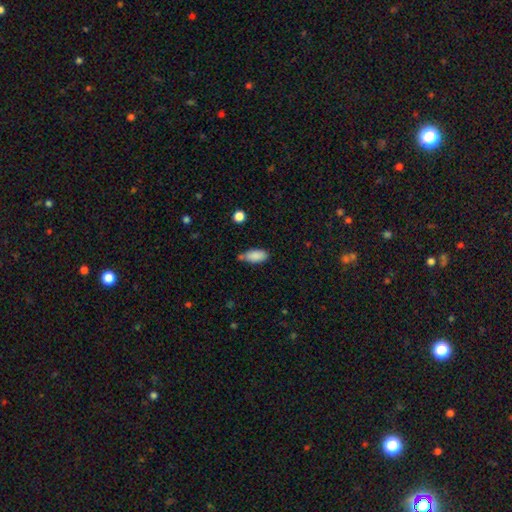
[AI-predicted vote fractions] Smooth or featured: smooth — 87% (star or artifact — 8%)
How rounded: in between — 90% (cigar-shaped — 7%)
Merging: none — 57% (minor disturbance — 26%)